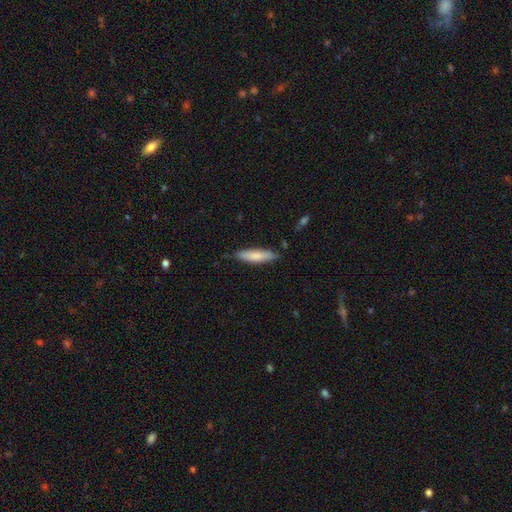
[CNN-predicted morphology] A smooth galaxy with no disk features (79%) that is cigar-shaped (73%). Merging: none (81%).